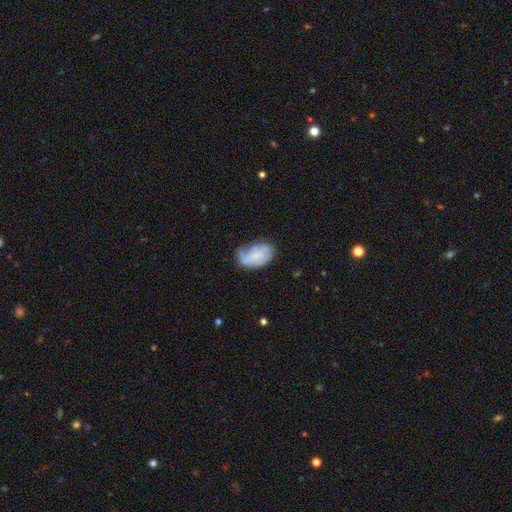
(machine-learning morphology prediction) This appears to be a smooth galaxy with no disk features (57%) that is in between round and cigar-shaped (91%). Merging: none (45%).